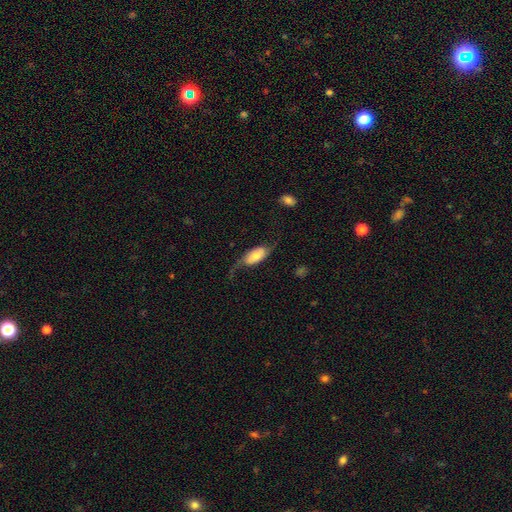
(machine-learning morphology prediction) smooth-or-featured: featured or disk: 55% | smooth: 38% | star or artifact: 7%
  disk-edge-on: no: 86% | yes: 14%
  merging: none: 48% | major disturbance: 27% | minor disturbance: 22% | merger: 3%